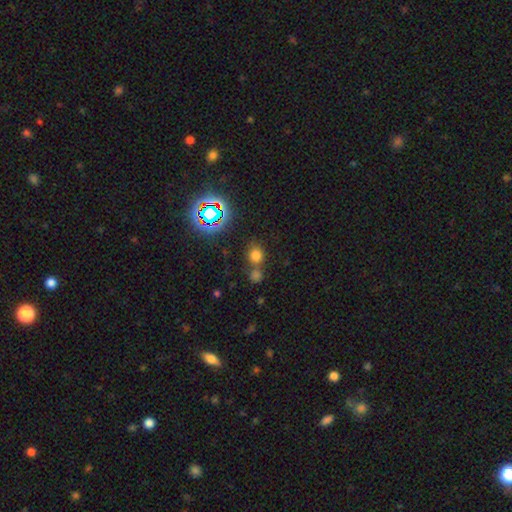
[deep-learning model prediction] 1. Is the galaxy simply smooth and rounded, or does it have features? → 67% smooth, 25% star or artifact, 7% featured or disk.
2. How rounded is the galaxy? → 79% round, 19% in between, 1% cigar-shaped.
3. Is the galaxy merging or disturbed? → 59% none, 29% merger, 8% minor disturbance, 4% major disturbance.